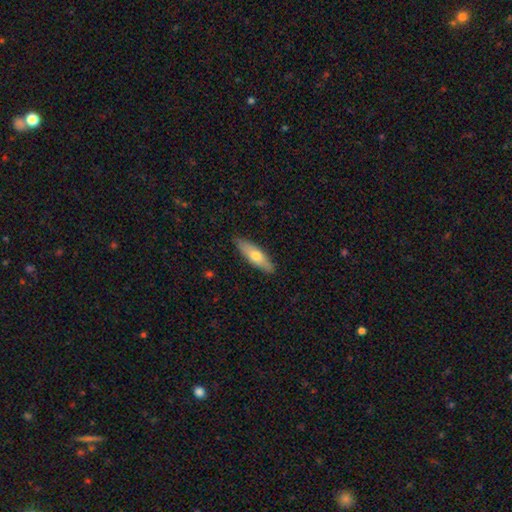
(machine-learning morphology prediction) A smooth galaxy with no disk features (61%) that is cigar-shaped (56%).

Vote fractions:
- Smooth or featured? smooth: 61% / featured or disk: 34% / star or artifact: 6%
- How rounded? cigar-shaped: 56% / in between: 42% / round: 2%
- Merging? none: 88% / minor disturbance: 9% / major disturbance: 2% / merger: 1%